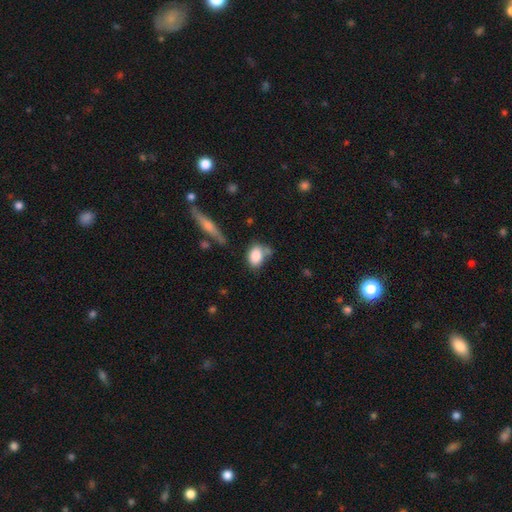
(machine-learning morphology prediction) Overall: smooth (82%). How rounded: in between (76%). Merging: none (55%; minor disturbance 23%).